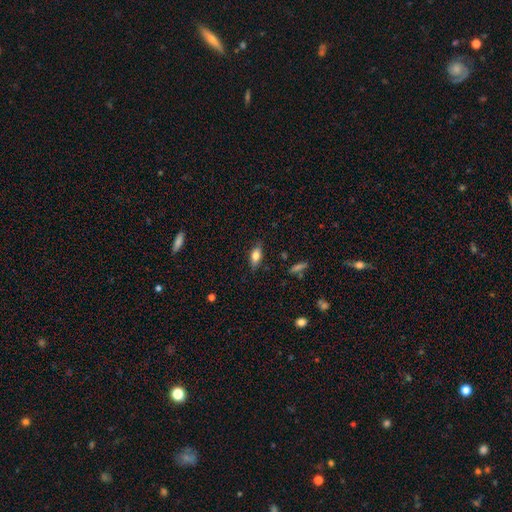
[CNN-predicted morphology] This appears to be a smooth galaxy with no disk features (69%) that is in between round and cigar-shaped (77%). Merging: none (82%).